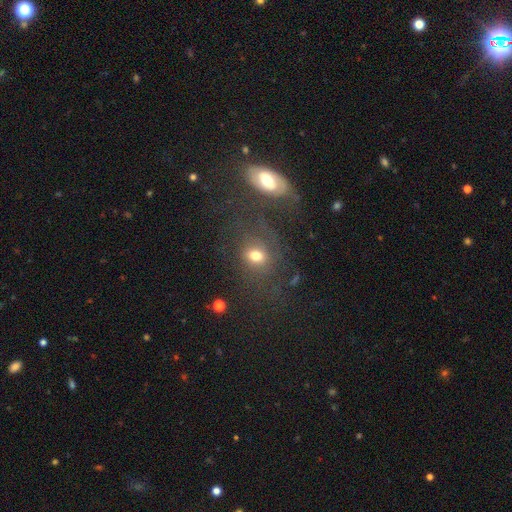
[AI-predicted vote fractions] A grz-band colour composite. It shows a smooth galaxy with no disk features (59%) that is round (56%). Merging: none (56%).